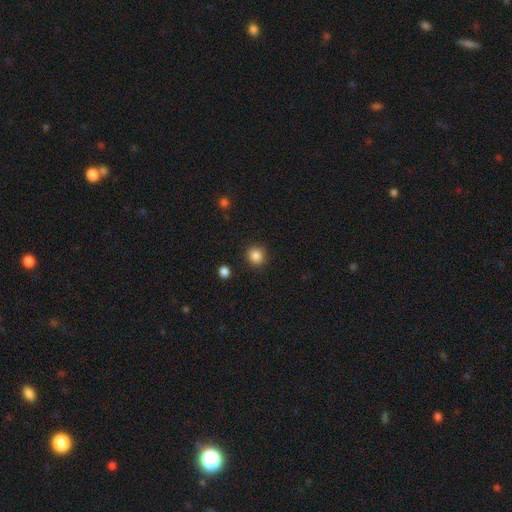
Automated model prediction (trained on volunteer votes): Overall: smooth (86%). How rounded: round (89%). Merging: none (90%).